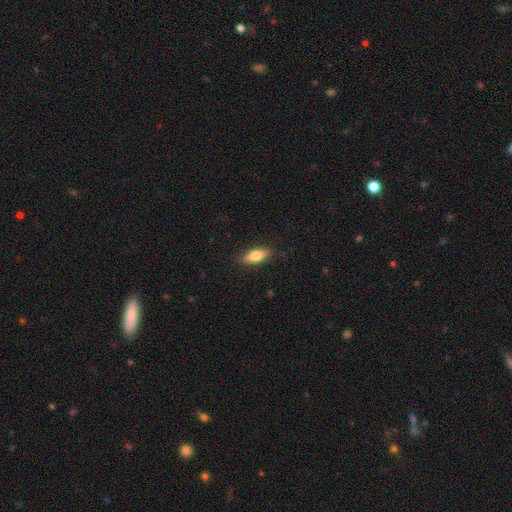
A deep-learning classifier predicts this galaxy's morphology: Overall: smooth (74%). How rounded: in between (75%). Merging: none (85%).